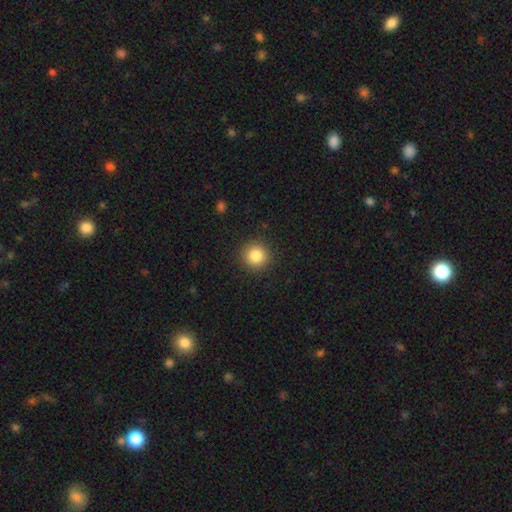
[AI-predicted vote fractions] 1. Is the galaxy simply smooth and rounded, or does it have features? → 84% smooth, 10% star or artifact, 5% featured or disk.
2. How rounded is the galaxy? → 94% round, 5% in between, 1% cigar-shaped.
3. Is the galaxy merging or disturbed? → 91% none, 6% minor disturbance, 2% major disturbance, 1% merger.